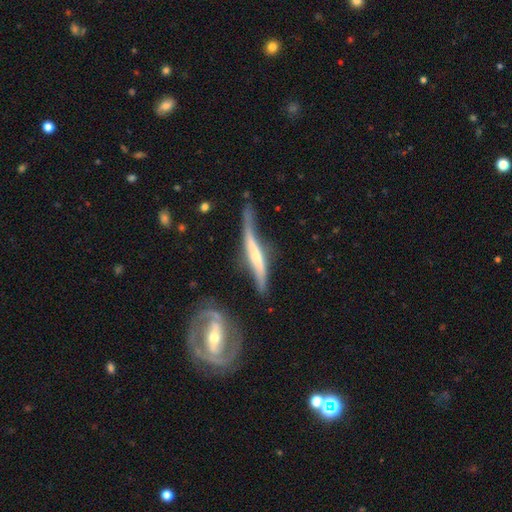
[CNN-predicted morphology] A featured or disk galaxy (69%) viewed edge-on (72%). Merging: none (34%).